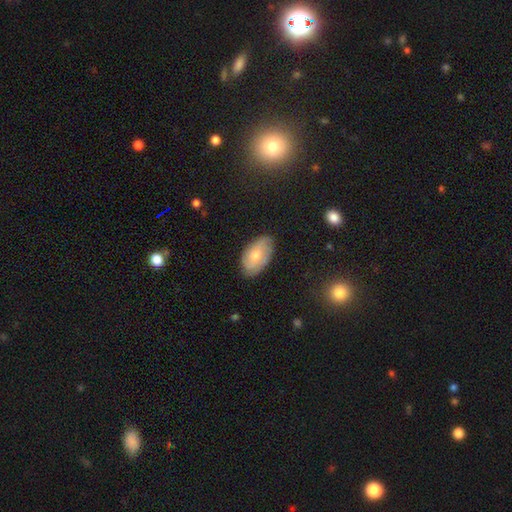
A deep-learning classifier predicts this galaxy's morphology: Smooth or featured: smooth — 48% (featured or disk — 45%)
Merging: none — 78% (minor disturbance — 17%)